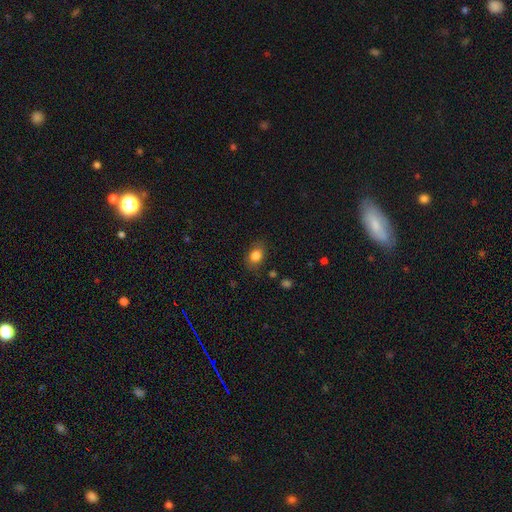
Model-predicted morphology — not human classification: Q: Smooth or featured?
A: smooth (82%); runner-up: star or artifact (10%)
Q: How rounded?
A: in between (69%); runner-up: round (29%)
Q: Merging?
A: none (78%); runner-up: minor disturbance (16%)